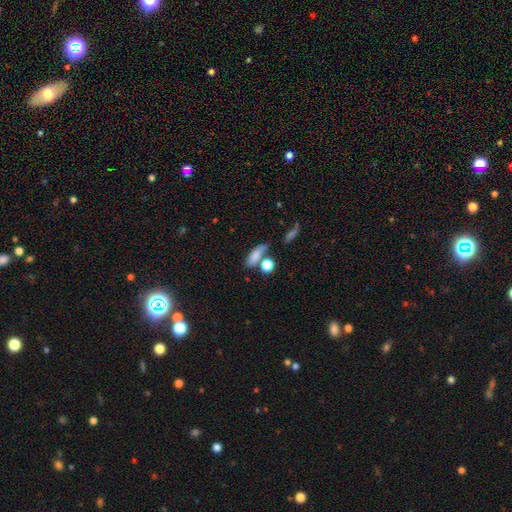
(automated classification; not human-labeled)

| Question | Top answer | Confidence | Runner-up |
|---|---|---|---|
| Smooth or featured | smooth | 77% | featured or disk (12%) |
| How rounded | in between | 65% | cigar-shaped (22%) |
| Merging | none | 50% | merger (25%) |